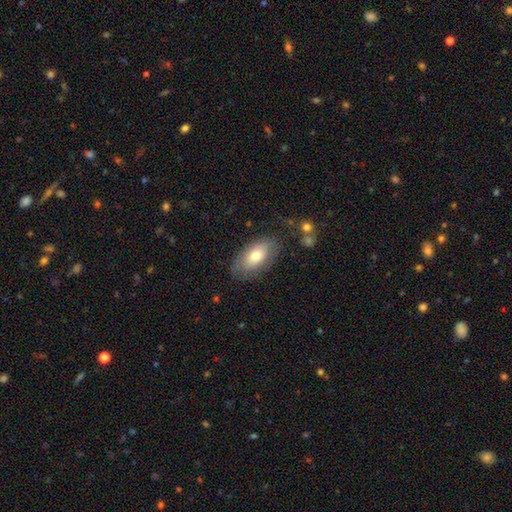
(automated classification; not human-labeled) Smooth or featured?
  - smooth: 67% *
  - featured or disk: 26%
  - star or artifact: 7%
How rounded?
  - in between: 92% *
  - round: 4%
  - cigar-shaped: 4%
Merging?
  - none: 75% *
  - minor disturbance: 18%
  - major disturbance: 5%
  - merger: 2%